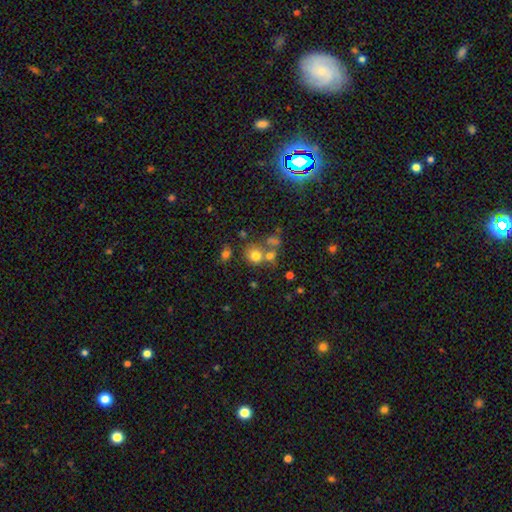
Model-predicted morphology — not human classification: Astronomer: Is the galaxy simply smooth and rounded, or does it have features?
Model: smooth — 71%.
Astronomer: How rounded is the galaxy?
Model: round — 80%.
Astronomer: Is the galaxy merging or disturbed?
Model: none — 52% (runner-up: merger, 32%).